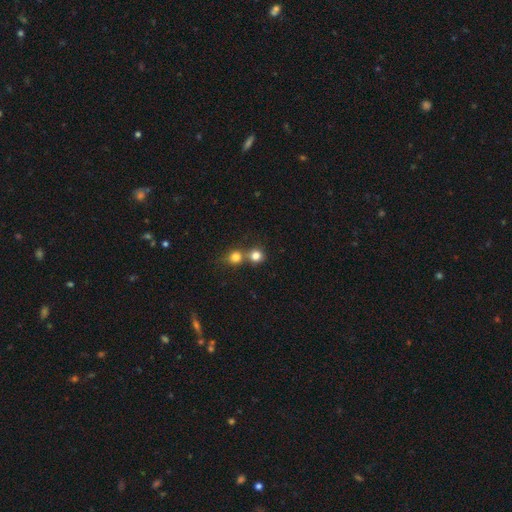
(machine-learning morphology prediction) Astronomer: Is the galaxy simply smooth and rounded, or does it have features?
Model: smooth — 80%.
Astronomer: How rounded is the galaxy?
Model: round — 87%.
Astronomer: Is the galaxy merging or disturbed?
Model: none — 50% (runner-up: merger, 41%).